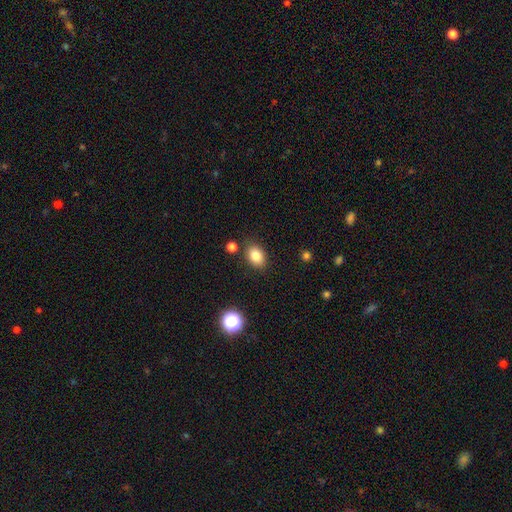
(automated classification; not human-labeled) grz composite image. It shows a smooth galaxy with no disk features (82%) that is in between round and cigar-shaped (73%). Merging: none (83%).